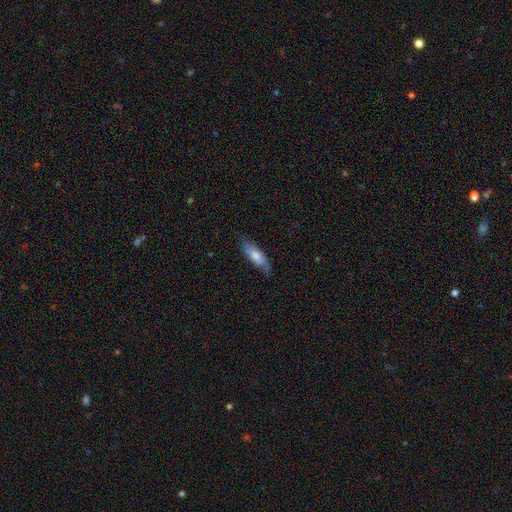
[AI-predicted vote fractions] Smooth or featured? Predicted: smooth (p=0.63). How rounded? Predicted: in between (p=0.61). Merging? Predicted: none (p=0.63).